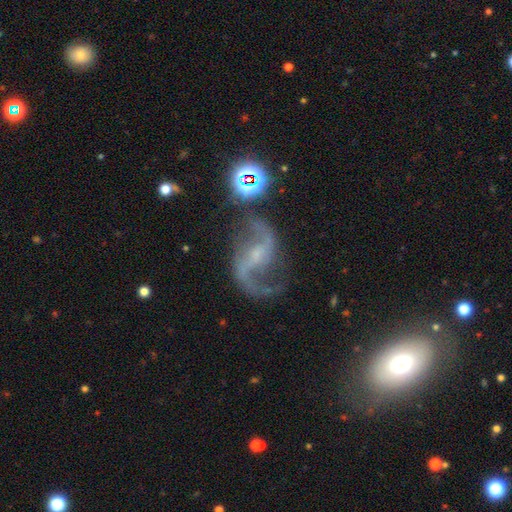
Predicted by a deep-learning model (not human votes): Overall: featured or disk (88%). Edge-on disk: no (97%). Bar: weak (47%; strong 27%). Spiral arms: yes (97%). Spiral arm count: 2 (91%). Spiral winding: loose (67%; medium 28%). Bulge size: small (59%; none 20%). Merging: none (65%).